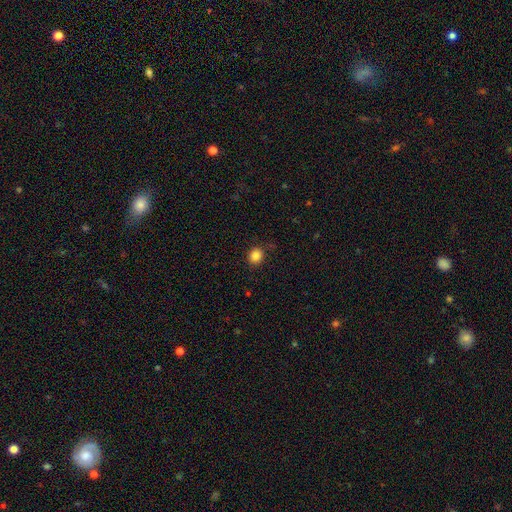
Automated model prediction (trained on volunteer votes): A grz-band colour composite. It shows a smooth galaxy with no disk features (85%) that is round (75%). Merging: none (86%).